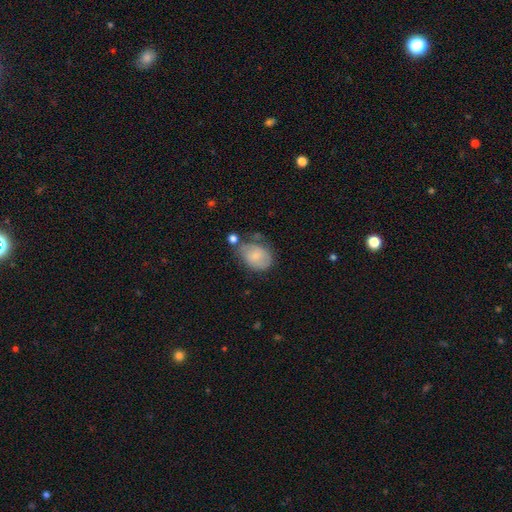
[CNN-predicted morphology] Smooth or featured: smooth — 71% (featured or disk — 22%)
How rounded: in between — 70% (round — 29%)
Merging: none — 45% (minor disturbance — 31%)